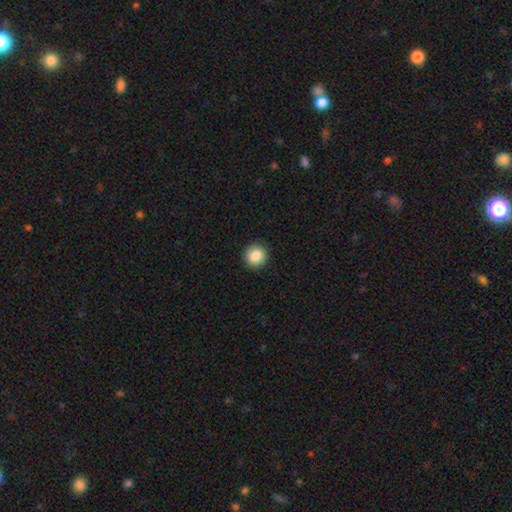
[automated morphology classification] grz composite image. It shows a smooth galaxy with no disk features (86%) that is round (92%). Merging: none (92%).